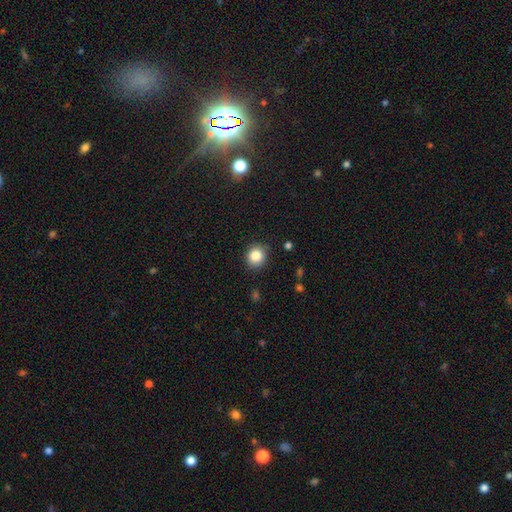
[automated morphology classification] The model was most divided on "how rounded": round: 82%, in between: 17%, cigar-shaped: 1%. More confident: merging — none (86%); smooth or featured — smooth (84%).